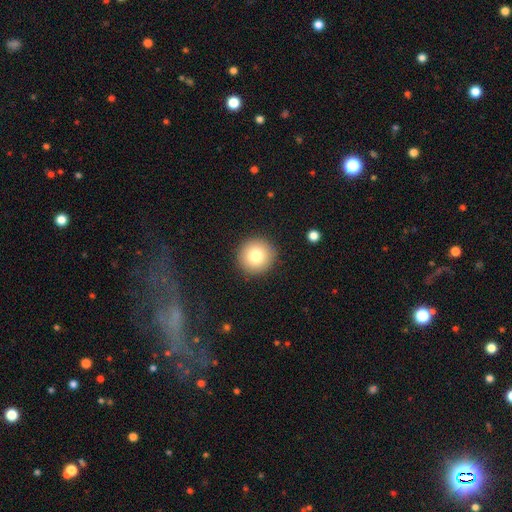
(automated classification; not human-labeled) Overall: smooth (78%). How rounded: round (95%). Merging: none (91%).